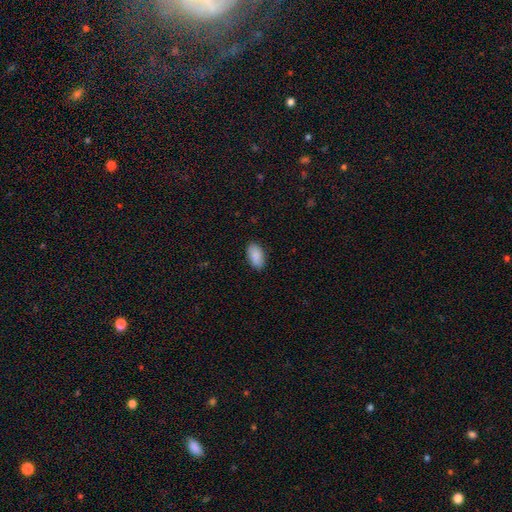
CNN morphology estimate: This is clearly a smooth galaxy (88%). How rounded: clearly in between (94%). Merging: clearly none (87%).